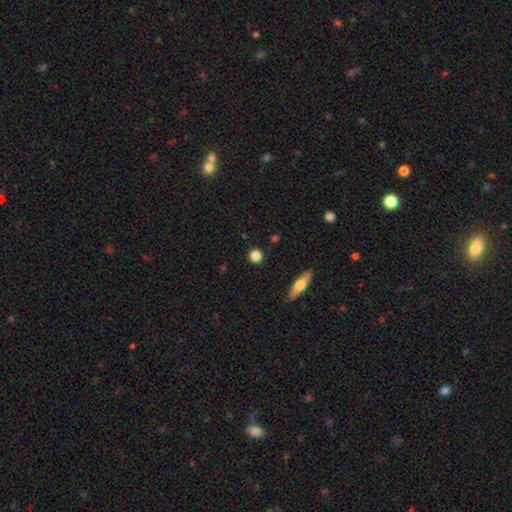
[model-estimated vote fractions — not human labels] smooth-or-featured: smooth: 83% | star or artifact: 10% | featured or disk: 7%
  how-rounded: round: 92% | in between: 6% | cigar-shaped: 2%
  merging: none: 90% | minor disturbance: 6% | major disturbance: 2% | merger: 2%